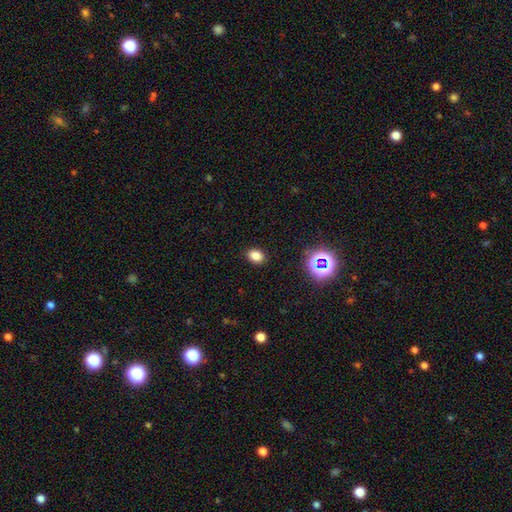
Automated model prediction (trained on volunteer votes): Morphology: type=smooth (81%); roundness=in between (68%); merging=none (89%).